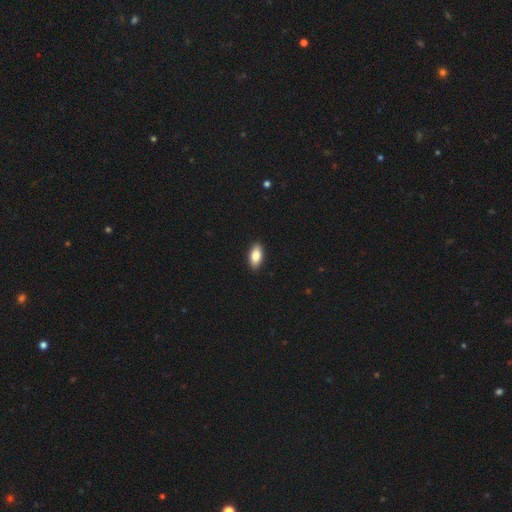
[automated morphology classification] This appears to be a smooth galaxy with no disk features (83%) that is in between round and cigar-shaped (90%). Merging: none (91%).